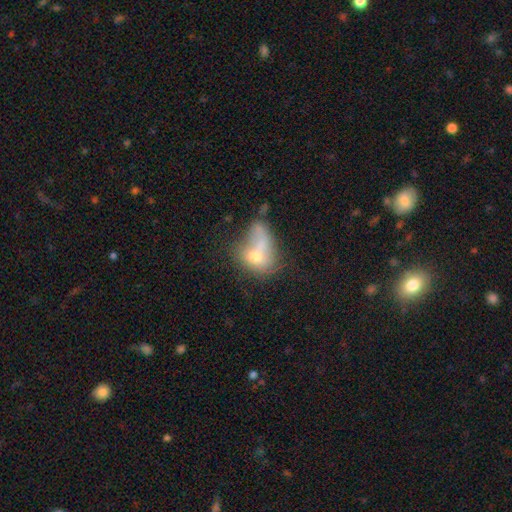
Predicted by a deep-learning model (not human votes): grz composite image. It shows a smooth galaxy with no disk features (61%) that is in between round and cigar-shaped (61%). Merging: merger (44%).